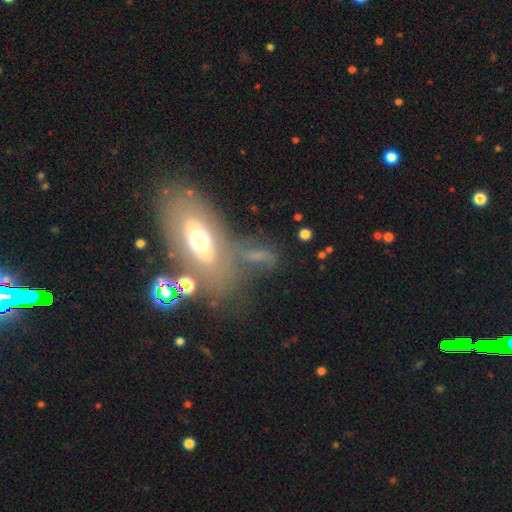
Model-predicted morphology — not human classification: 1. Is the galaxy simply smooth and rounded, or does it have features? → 43% featured or disk, 41% smooth, 15% star or artifact.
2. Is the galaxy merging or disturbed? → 50% none, 19% minor disturbance, 16% major disturbance, 15% merger.